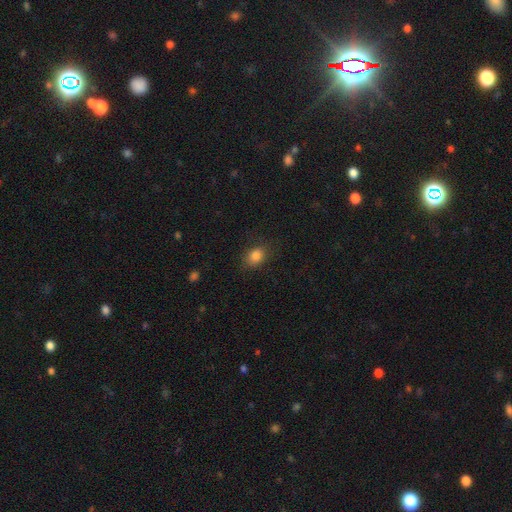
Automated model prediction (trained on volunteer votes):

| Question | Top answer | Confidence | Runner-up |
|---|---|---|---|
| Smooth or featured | smooth | 84% | star or artifact (11%) |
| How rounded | in between | 62% | round (37%) |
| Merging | none | 81% | minor disturbance (14%) |